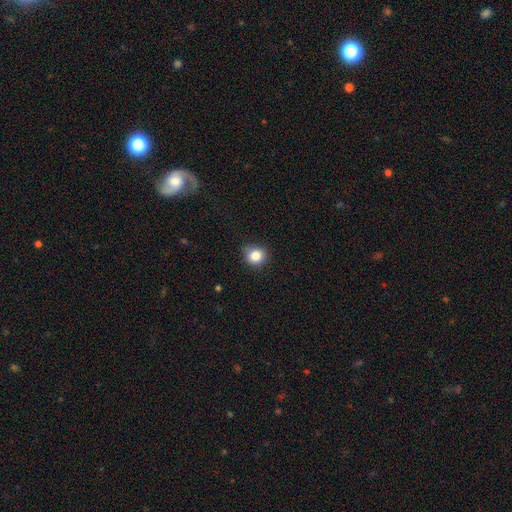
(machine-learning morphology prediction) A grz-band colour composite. It shows a smooth galaxy with no disk features (84%) that is round (84%). Merging: none (84%).